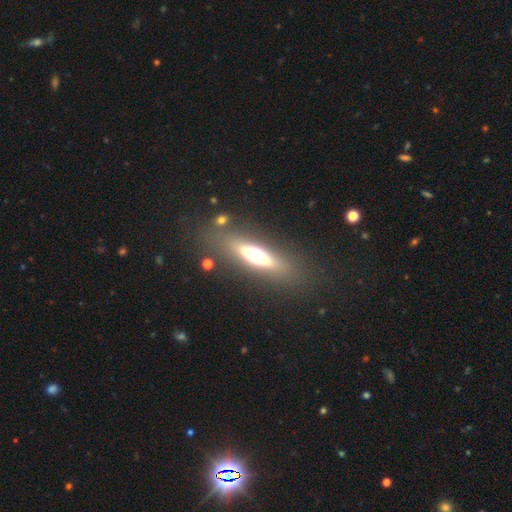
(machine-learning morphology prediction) The model was most divided on "smooth or featured": smooth: 47%, featured or disk: 44%, star or artifact: 9%. More confident: merging — none (81%).